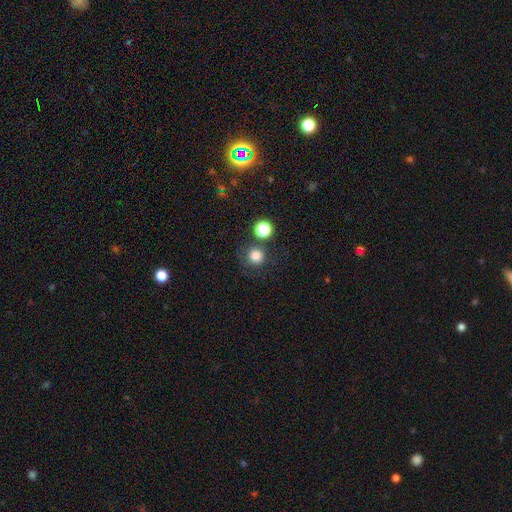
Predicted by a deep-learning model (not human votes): Overall: smooth (81%). How rounded: round (93%). Merging: none (75%).